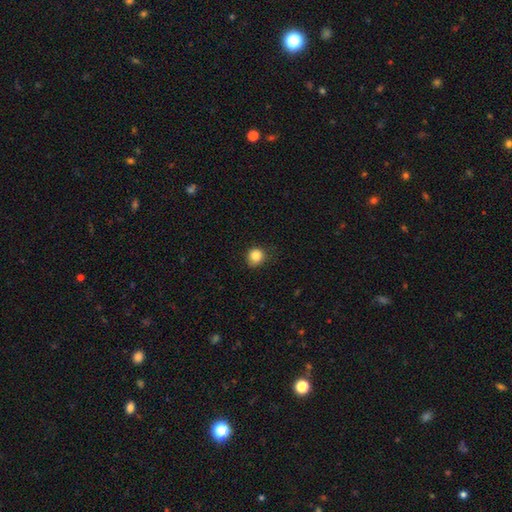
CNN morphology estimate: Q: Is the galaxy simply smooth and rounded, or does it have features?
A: smooth — 85%.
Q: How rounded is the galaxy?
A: round — 83%.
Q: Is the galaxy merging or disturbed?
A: none — 78%.